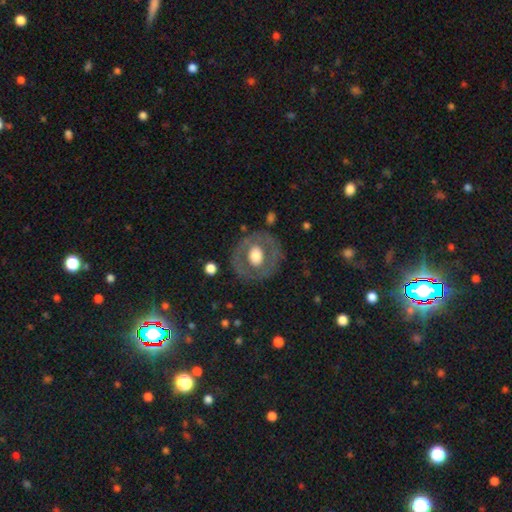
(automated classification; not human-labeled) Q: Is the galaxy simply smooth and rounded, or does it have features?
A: featured or disk — 48%.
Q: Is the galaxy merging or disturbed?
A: none — 78%.